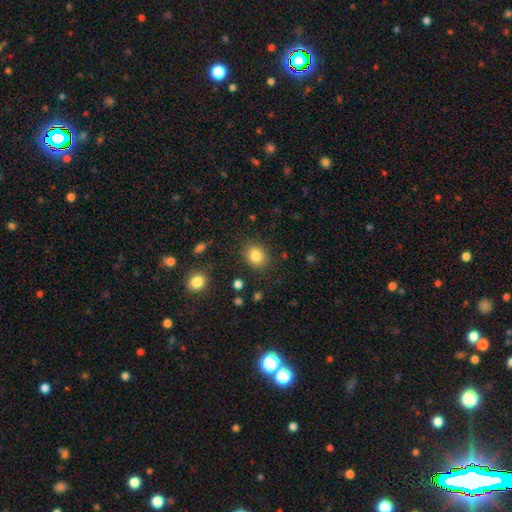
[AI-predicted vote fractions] Smooth or featured: smooth — 84% (star or artifact — 10%)
How rounded: round — 64% (in between — 35%)
Merging: none — 86% (minor disturbance — 9%)